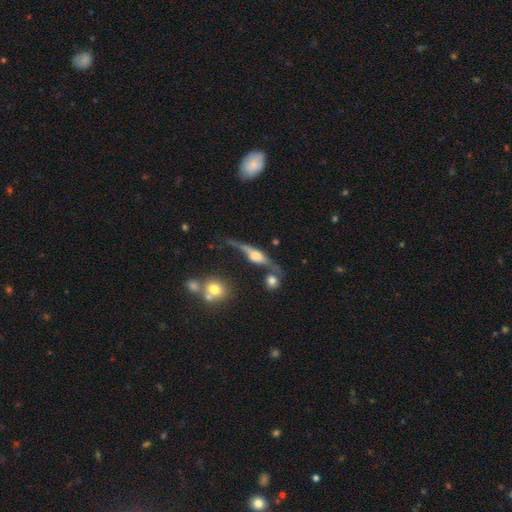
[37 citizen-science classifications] Smooth or featured?
  - featured or disk: 76% *
  - smooth: 22%
  - star or artifact: 3%
Edge-on disk?
  - yes: 93% *
  - no: 7%
Edge-on bulge?
  - rounded: 96% *
  - boxy: 4%
  - none: 0%
Merging?
  - none: 44% *
  - minor disturbance: 36%
  - merger: 11%
  - major disturbance: 8%